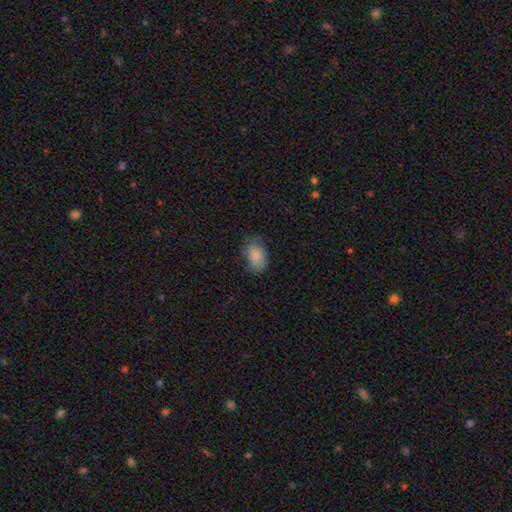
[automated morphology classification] smooth-or-featured: smooth: 79% | featured or disk: 13% | star or artifact: 8%
  how-rounded: in between: 85% | round: 14% | cigar-shaped: 1%
  merging: none: 61% | minor disturbance: 28% | major disturbance: 10% | merger: 1%